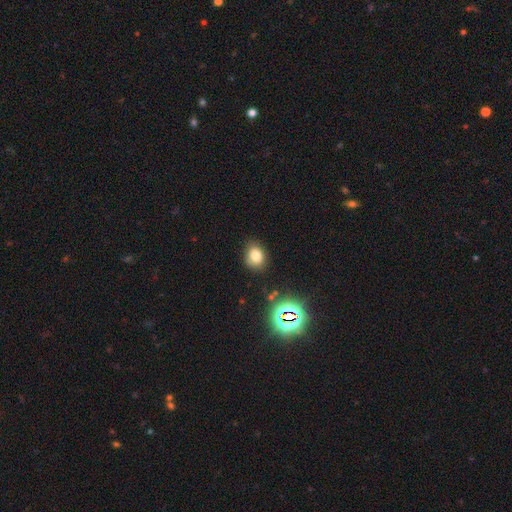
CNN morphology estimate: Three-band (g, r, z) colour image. It shows a smooth galaxy with no disk features (76%) that is in between round and cigar-shaped (50%). Merging: none (79%).